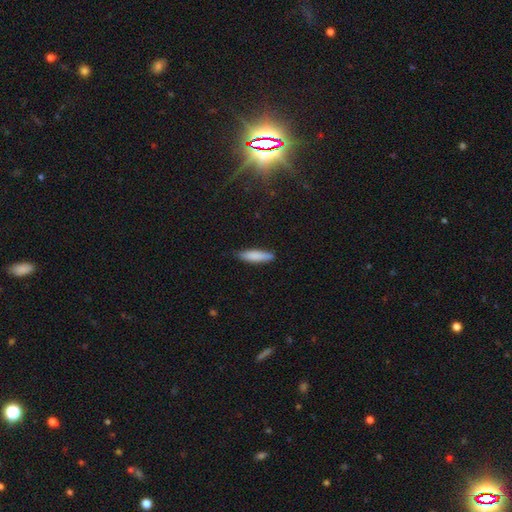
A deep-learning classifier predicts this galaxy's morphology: Overall: smooth (84%). How rounded: cigar-shaped (71%). Merging: none (82%).